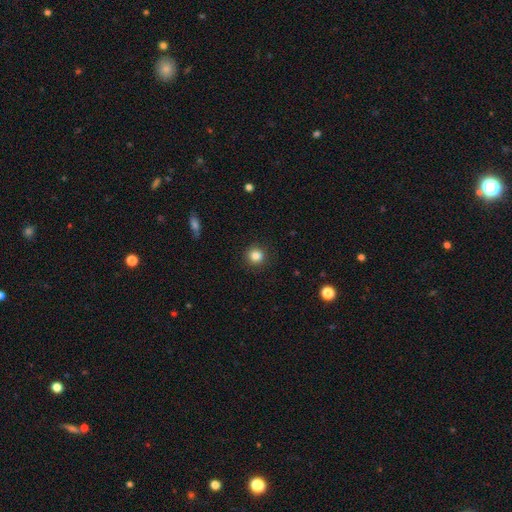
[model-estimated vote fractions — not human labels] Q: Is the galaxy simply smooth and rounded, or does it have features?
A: smooth — 85%.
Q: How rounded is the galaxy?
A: round — 90%.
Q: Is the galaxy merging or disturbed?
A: none — 90%.